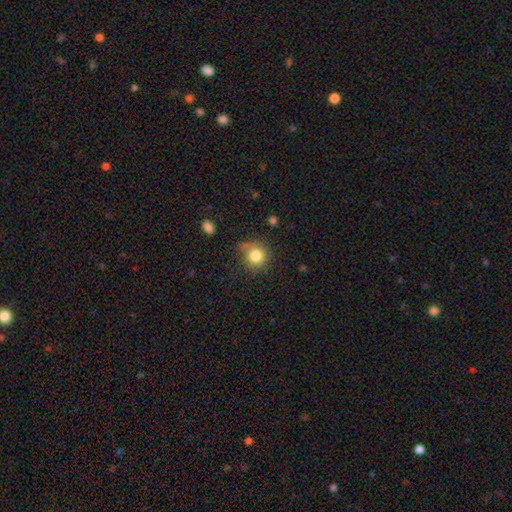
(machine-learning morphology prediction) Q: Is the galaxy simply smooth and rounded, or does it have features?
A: smooth — 82%.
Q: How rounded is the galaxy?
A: round — 89%.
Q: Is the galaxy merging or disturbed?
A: none — 69%.